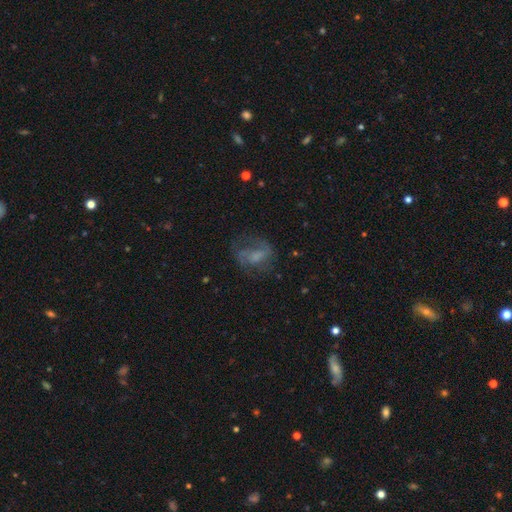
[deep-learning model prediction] Smooth or featured? Predicted: featured or disk (p=0.55). Edge-on disk? Predicted: no (p=0.96). Bar? Predicted: no (p=0.47). Spiral arms? Predicted: yes (p=0.69). Bulge size? Predicted: none (p=0.39). Merging? Predicted: none (p=0.48).